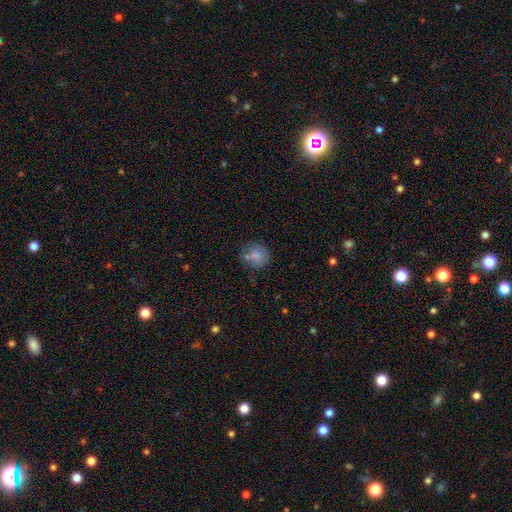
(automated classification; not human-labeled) Smooth or featured? smooth (79%)
How rounded? round (79%)
Merging? none (60%)